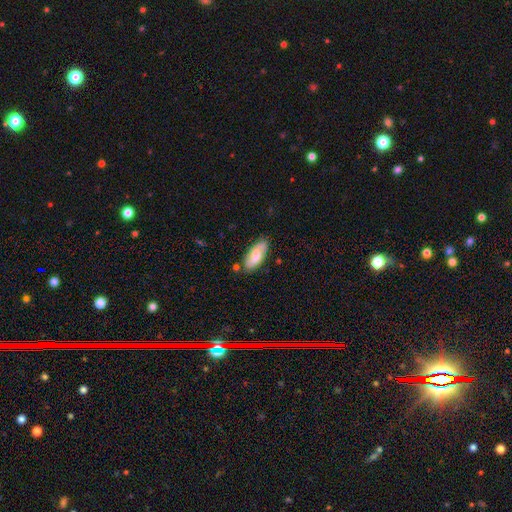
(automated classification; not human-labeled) Smooth or featured?
  - smooth: 67% *
  - featured or disk: 27%
  - star or artifact: 6%
How rounded?
  - in between: 84% *
  - cigar-shaped: 14%
  - round: 2%
Merging?
  - none: 72% *
  - minor disturbance: 20%
  - merger: 4%
  - major disturbance: 4%